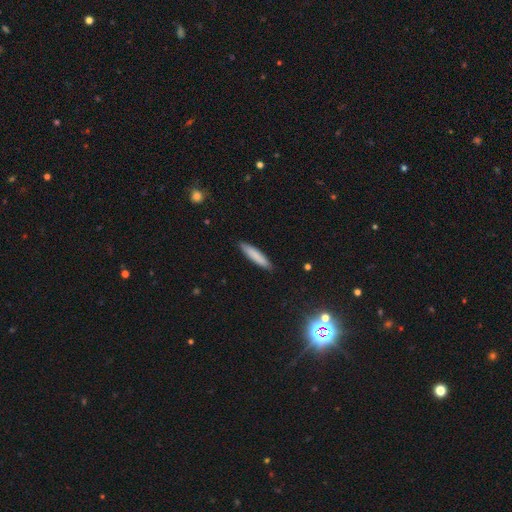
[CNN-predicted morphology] A smooth galaxy with no disk features (83%) that is cigar-shaped (86%). Merging: none (89%).